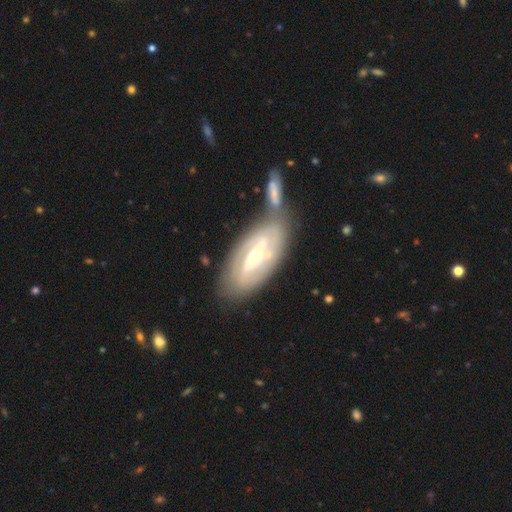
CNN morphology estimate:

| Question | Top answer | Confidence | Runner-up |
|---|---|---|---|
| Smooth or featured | featured or disk | 80% | smooth (15%) |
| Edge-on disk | no | 92% | yes (8%) |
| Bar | no | 38% | weak (37%) |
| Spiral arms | yes | 83% | no (17%) |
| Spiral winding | tight | 50% | medium (36%) |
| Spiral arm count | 2 | 63% | can't tell (25%) |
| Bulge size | moderate | 56% | small (40%) |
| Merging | none | 52% | merger (28%) |